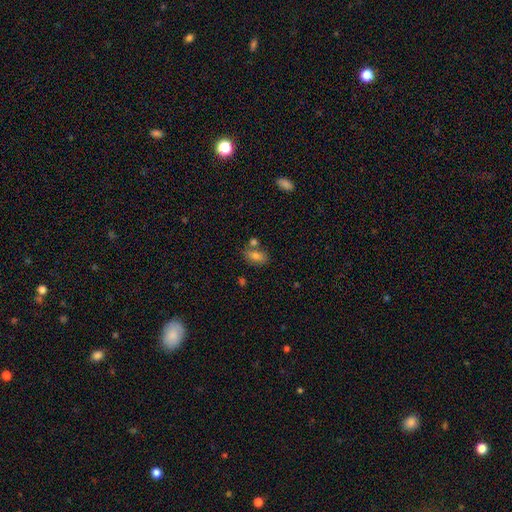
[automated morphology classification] Smooth or featured? smooth (79%)
How rounded? in between (87%)
Merging? none (60%)